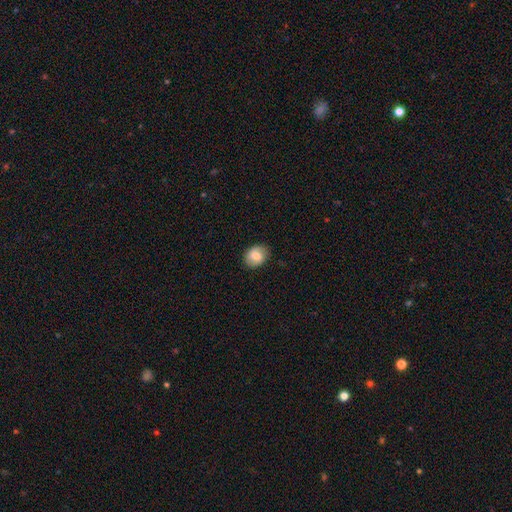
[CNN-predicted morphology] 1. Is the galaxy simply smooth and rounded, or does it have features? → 72% smooth, 20% featured or disk, 8% star or artifact.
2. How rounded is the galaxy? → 54% in between, 45% round, 1% cigar-shaped.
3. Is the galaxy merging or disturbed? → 84% none, 12% minor disturbance, 3% major disturbance, 1% merger.